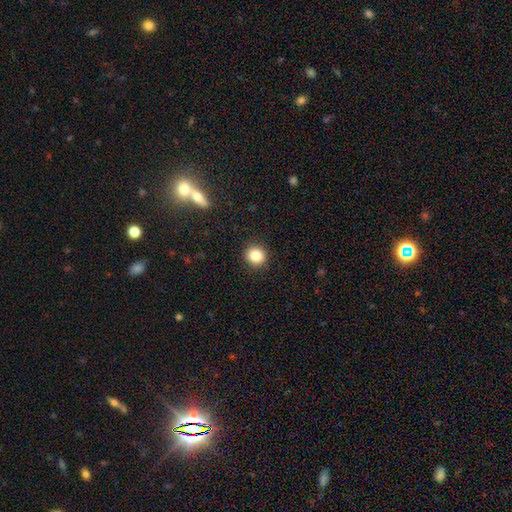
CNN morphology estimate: Smooth or featured? smooth (85%)
How rounded? round (88%)
Merging? none (91%)